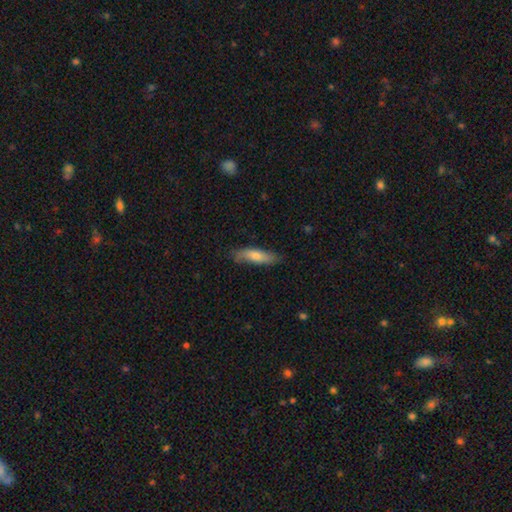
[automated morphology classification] smooth-or-featured: smooth: 71% | featured or disk: 23% | star or artifact: 6%
  how-rounded: cigar-shaped: 61% | in between: 37% | round: 2%
  merging: none: 76% | minor disturbance: 19% | major disturbance: 3% | merger: 1%